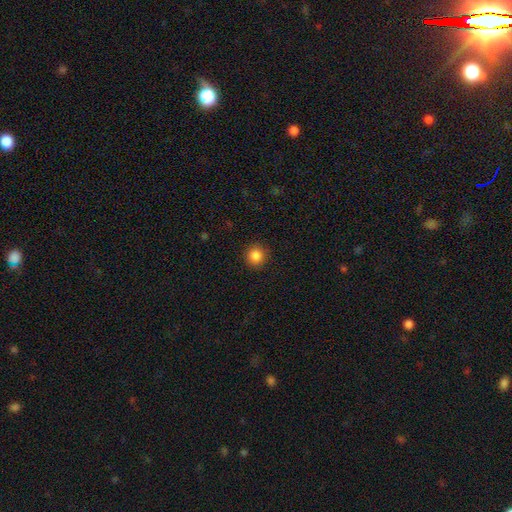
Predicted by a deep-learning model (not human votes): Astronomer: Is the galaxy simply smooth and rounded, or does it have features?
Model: smooth — 86%.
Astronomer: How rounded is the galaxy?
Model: round — 93%.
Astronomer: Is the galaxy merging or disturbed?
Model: none — 91%.